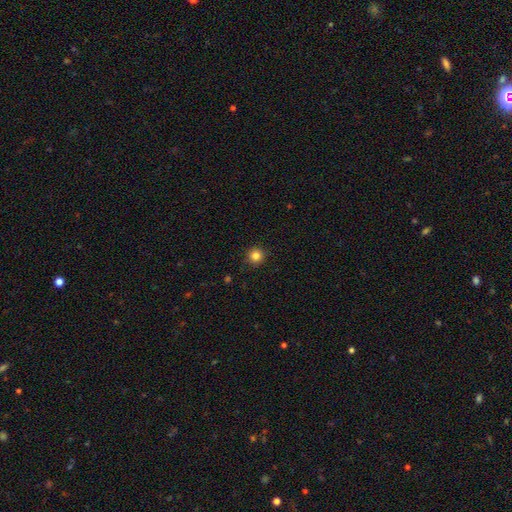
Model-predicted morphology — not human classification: smooth 84%, star or artifact 12%, featured or disk 4%. Down the decision tree: how rounded — round (94%); merging — none (90%).